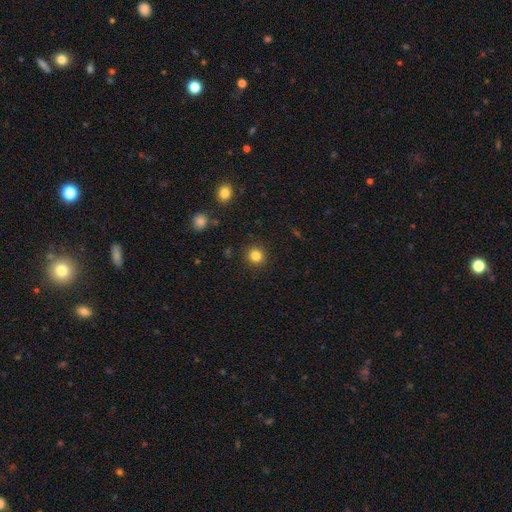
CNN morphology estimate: smooth_or_featured: smooth (p=0.84) [alt: star or artifact p=0.12]
how_rounded: round (p=0.92) [alt: in between p=0.07]
merging: none (p=0.91) [alt: minor disturbance p=0.05]